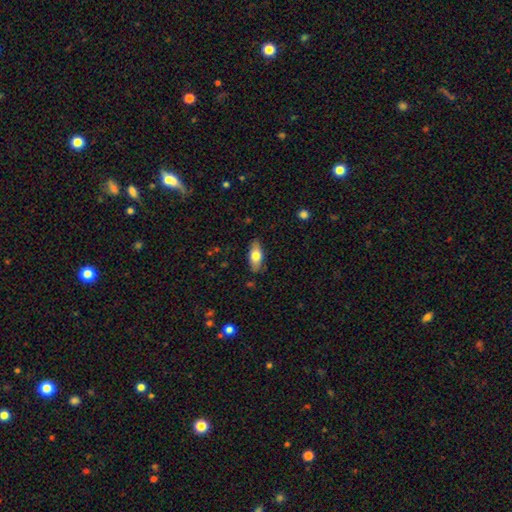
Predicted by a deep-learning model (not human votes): The model was most divided on "smooth or featured": smooth: 72%, featured or disk: 22%, star or artifact: 6%. More confident: merging — none (84%); how rounded — in between (83%).